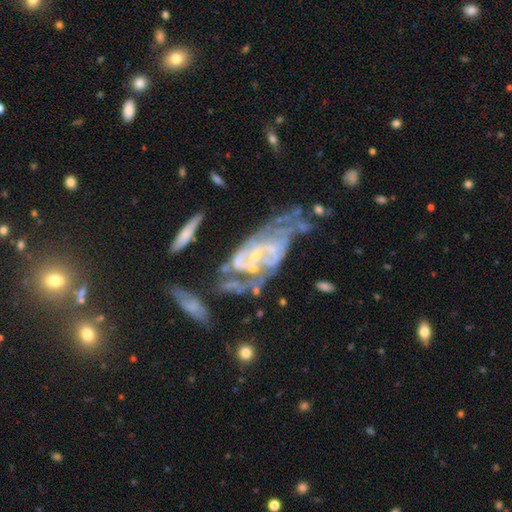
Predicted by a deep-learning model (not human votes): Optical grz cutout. It shows a featured or disk galaxy (82%) with no bar (58%), tight (51%) spiral arms (81%) and a small central bulge (67%). Merging: none (34%).